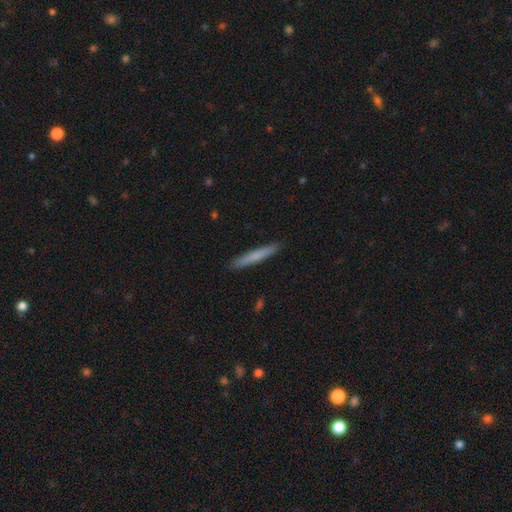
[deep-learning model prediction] smooth-or-featured: smooth: 72% | featured or disk: 23% | star or artifact: 6%
  how-rounded: cigar-shaped: 96% | in between: 3% | round: 1%
  merging: none: 92% | minor disturbance: 6% | major disturbance: 1% | merger: 1%